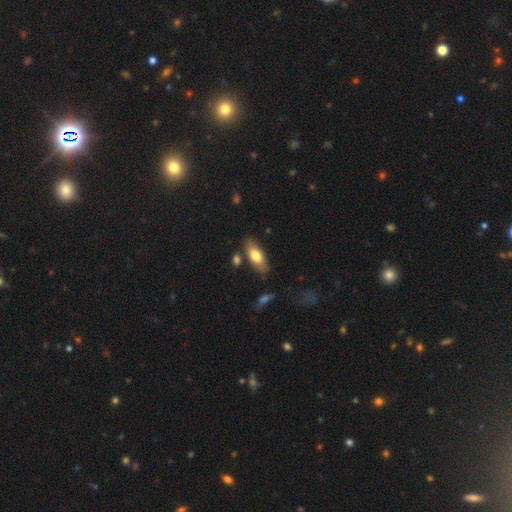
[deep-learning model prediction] The model was most divided on "smooth or featured": smooth: 74%, featured or disk: 20%, star or artifact: 6%. More confident: how rounded — in between (81%); merging — none (77%).